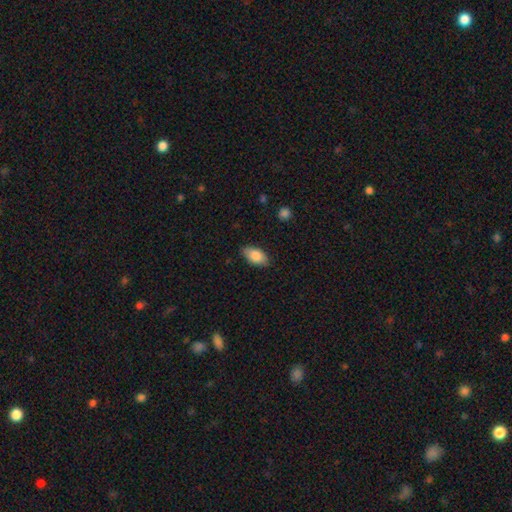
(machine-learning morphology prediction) Smooth or featured: smooth — 85% (featured or disk — 9%)
How rounded: in between — 93% (round — 4%)
Merging: none — 83% (minor disturbance — 14%)